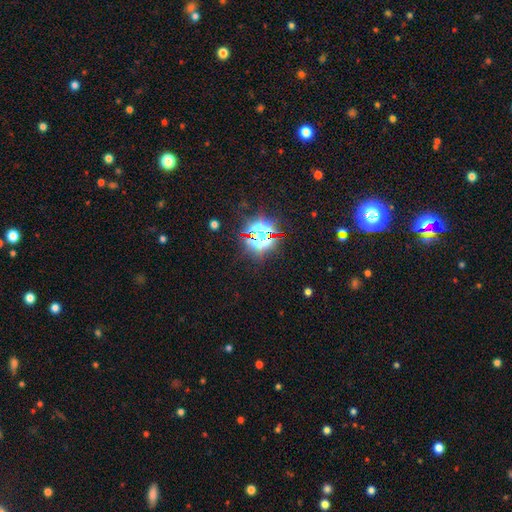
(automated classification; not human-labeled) smooth-or-featured: star or artifact: 83% | smooth: 11% | featured or disk: 6%